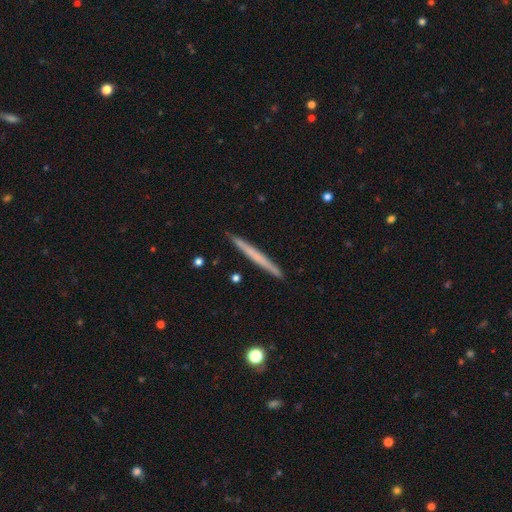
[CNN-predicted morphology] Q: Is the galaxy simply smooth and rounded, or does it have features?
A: smooth — 55%.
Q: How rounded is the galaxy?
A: cigar-shaped — 97%.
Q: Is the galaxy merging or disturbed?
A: none — 91%.